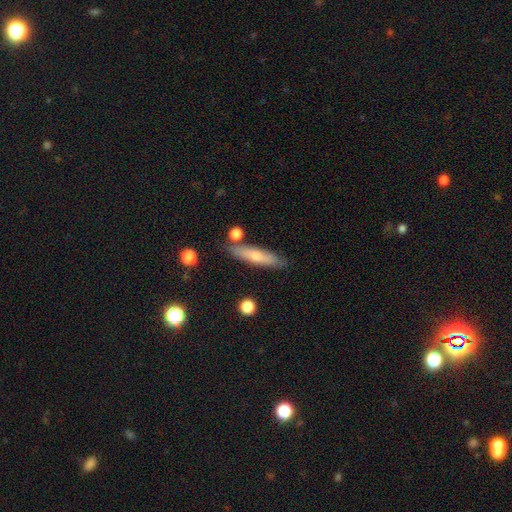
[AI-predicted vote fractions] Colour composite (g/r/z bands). It shows a smooth galaxy with no disk features (59%) that is cigar-shaped (85%). Merging: none (80%).